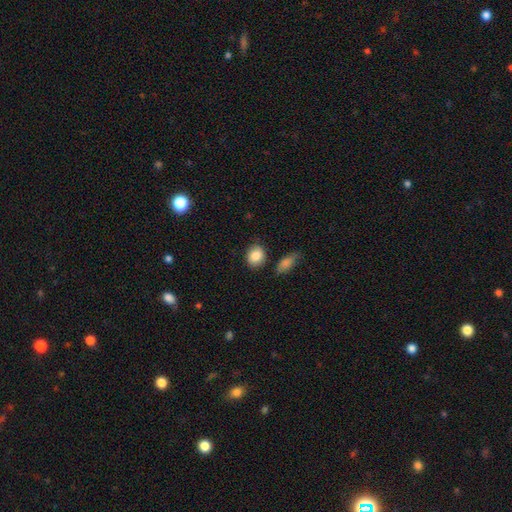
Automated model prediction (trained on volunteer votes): The model was most divided on "how rounded": round: 61%, in between: 38%, cigar-shaped: 1%. More confident: smooth or featured — smooth (86%); merging — none (79%).